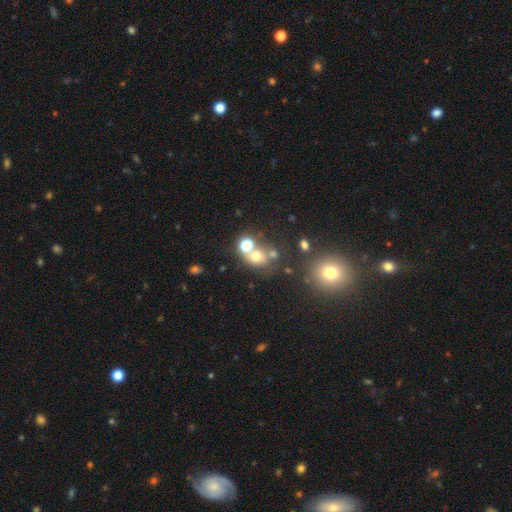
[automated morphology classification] This is likely a smooth galaxy (62%). How rounded: likely round (68%). Merging: possibly none (47%).